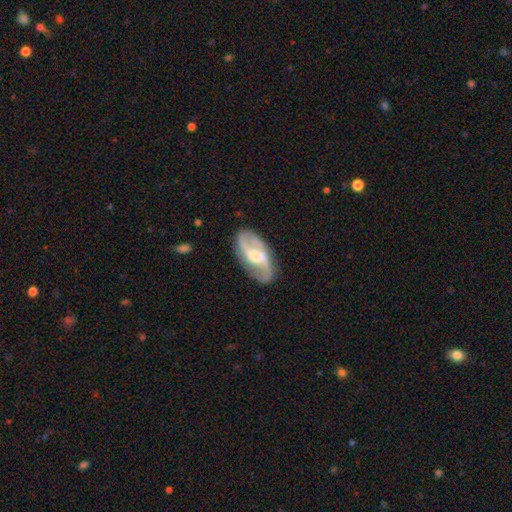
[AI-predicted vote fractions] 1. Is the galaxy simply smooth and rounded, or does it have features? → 83% featured or disk, 12% smooth, 5% star or artifact.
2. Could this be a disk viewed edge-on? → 95% no, 5% yes.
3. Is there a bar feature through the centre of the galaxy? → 48% weak, 28% no, 24% strong.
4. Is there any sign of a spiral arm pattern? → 94% yes, 6% no.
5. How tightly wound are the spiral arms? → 46% medium, 39% loose, 15% tight.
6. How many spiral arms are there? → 88% 2, 5% can't tell, 3% 3, 2% 1, 1% 4, 1% more than 4.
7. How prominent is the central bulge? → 50% moderate, 27% small, 13% large, 8% none, 2% dominant.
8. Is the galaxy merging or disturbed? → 78% none, 15% minor disturbance, 6% major disturbance, 2% merger.